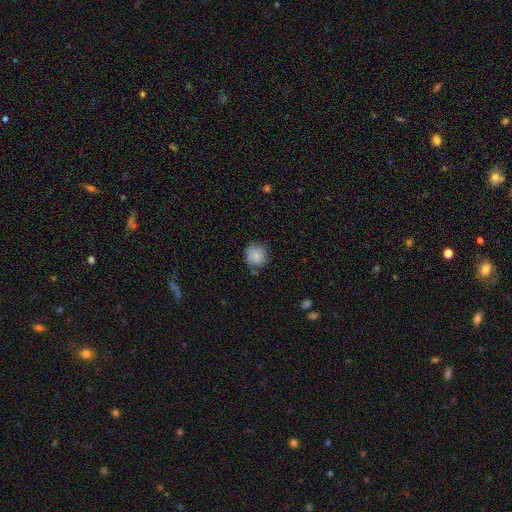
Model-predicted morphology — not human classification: Smooth or featured: smooth — 86% (star or artifact — 8%)
How rounded: round — 89% (in between — 10%)
Merging: none — 77% (minor disturbance — 17%)